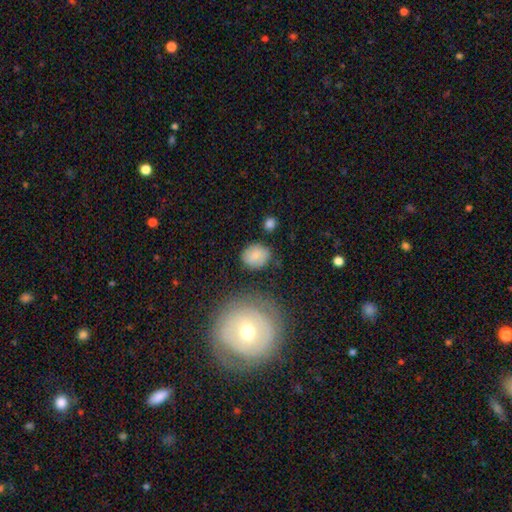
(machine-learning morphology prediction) This is likely a smooth galaxy (80%). How rounded: possibly round (59%). Merging: likely none (76%).